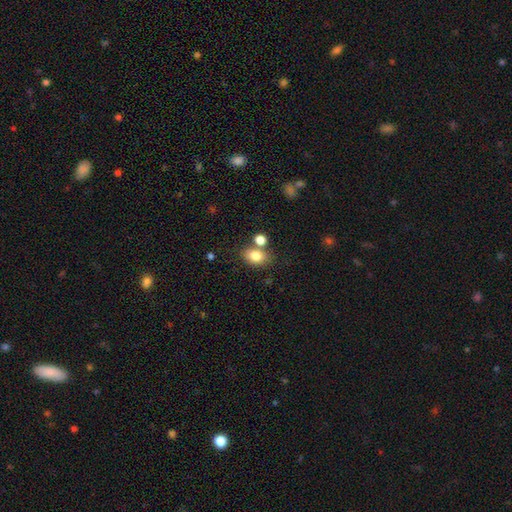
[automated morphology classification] Overall: smooth (80%). How rounded: in between (68%; round 30%). Merging: none (64%).